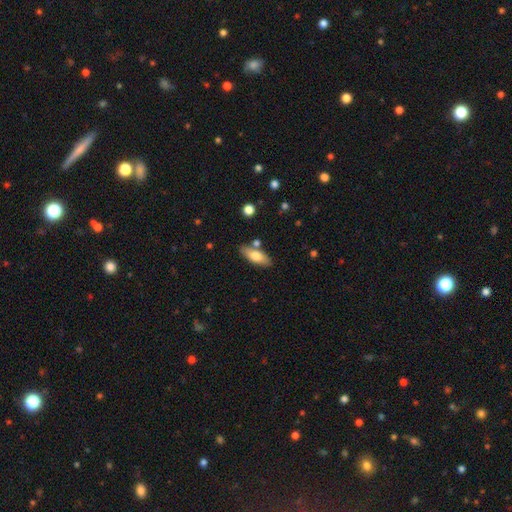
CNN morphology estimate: This appears to be a smooth galaxy with no disk features (71%) that is in between round and cigar-shaped (72%). Merging: none (77%).